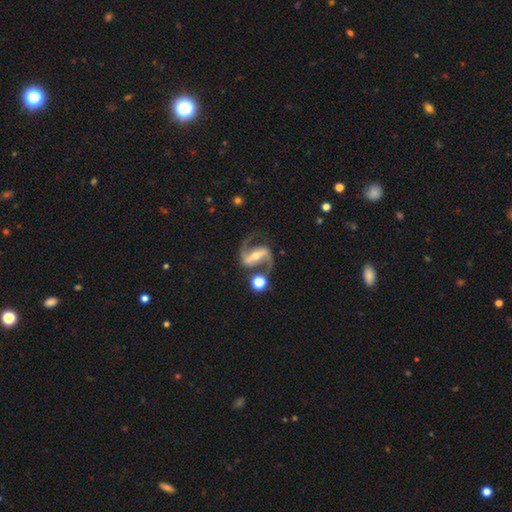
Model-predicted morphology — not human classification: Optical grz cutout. It shows a featured or disk galaxy (91%) with a strong bar (68%), 2 (94%) medium (55%) spiral arms (98%) and a moderate central bulge (48%). Merging: none (77%).